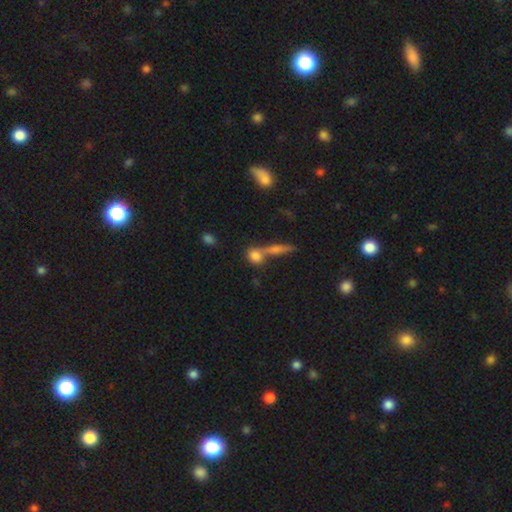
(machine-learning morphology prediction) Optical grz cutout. It shows a smooth galaxy with no disk features (75%) that is round (58%). Merging: none (49%).